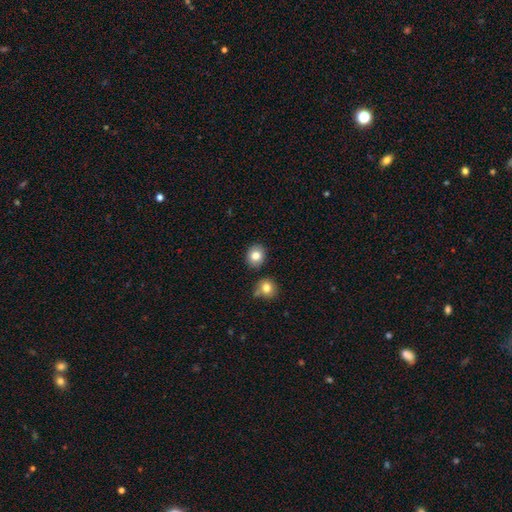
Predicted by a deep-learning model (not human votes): smooth_or_featured: smooth (p=0.82) [alt: featured or disk p=0.09]
how_rounded: round (p=0.71) [alt: in between p=0.28]
merging: none (p=0.83) [alt: minor disturbance p=0.09]